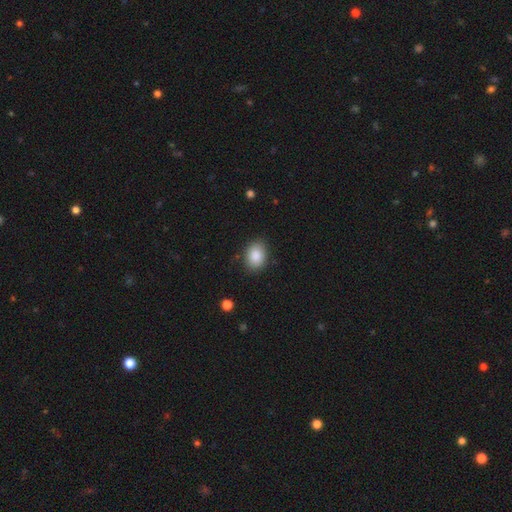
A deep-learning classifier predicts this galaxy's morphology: A smooth galaxy with no disk features (86%) that is in between round and cigar-shaped (71%). Merging: none (85%).